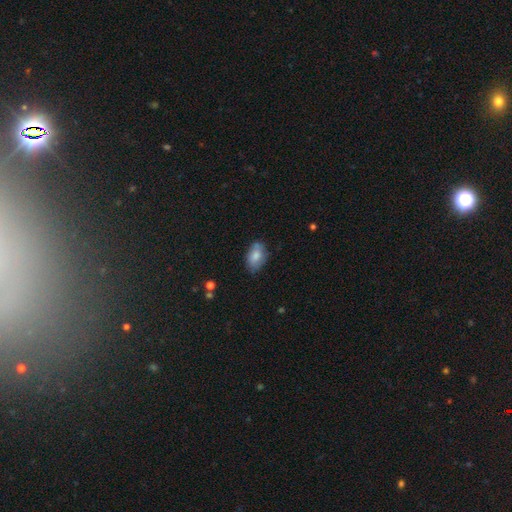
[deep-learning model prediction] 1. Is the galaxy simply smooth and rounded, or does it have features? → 77% smooth, 15% featured or disk, 7% star or artifact.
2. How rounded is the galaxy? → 88% in between, 10% round, 2% cigar-shaped.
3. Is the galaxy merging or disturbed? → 66% none, 24% minor disturbance, 6% merger, 5% major disturbance.